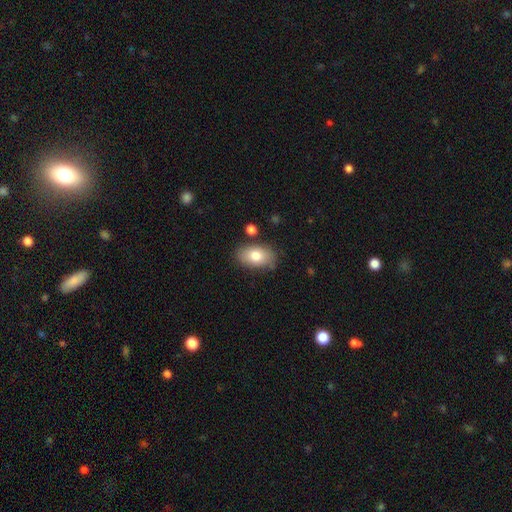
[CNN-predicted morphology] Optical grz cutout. It shows a smooth galaxy with no disk features (79%) that is in between round and cigar-shaped (91%). Merging: none (78%).